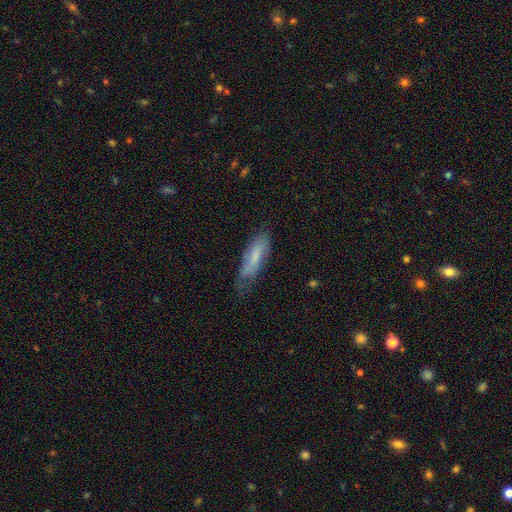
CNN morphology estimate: The model was most divided on "how rounded": in between: 51%, cigar-shaped: 47%, round: 2%. More confident: smooth or featured — smooth (63%); merging — none (54%).